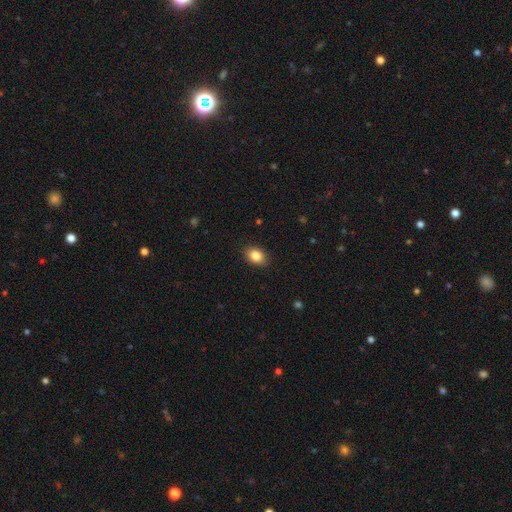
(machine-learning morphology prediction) A smooth galaxy with no disk features (85%) that is in between round and cigar-shaped (77%).

Vote fractions:
- Smooth or featured? smooth: 85% / star or artifact: 9% / featured or disk: 6%
- How rounded? in between: 77% / round: 22% / cigar-shaped: 1%
- Merging? none: 89% / minor disturbance: 8% / major disturbance: 2% / merger: 1%